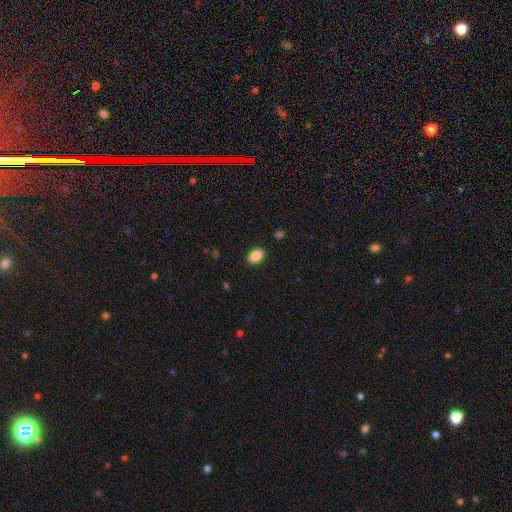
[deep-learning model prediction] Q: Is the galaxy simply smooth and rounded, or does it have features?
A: smooth — 87%.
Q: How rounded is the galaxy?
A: in between — 91%.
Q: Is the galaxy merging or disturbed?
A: none — 88%.